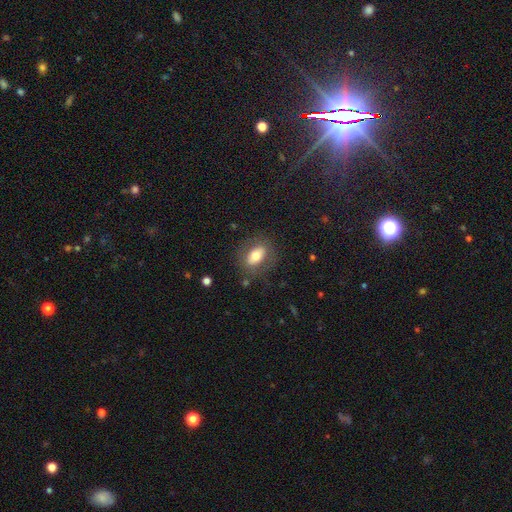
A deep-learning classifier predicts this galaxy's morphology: The model was most divided on "smooth or featured": smooth: 63%, featured or disk: 28%, star or artifact: 8%. More confident: how rounded — in between (80%); merging — none (77%).